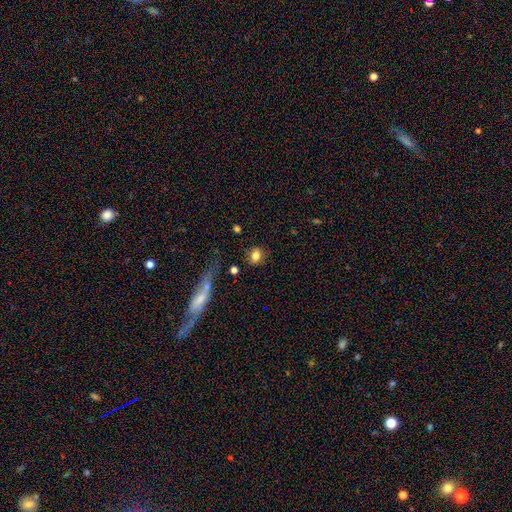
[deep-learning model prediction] A smooth galaxy with no disk features (80%) that is in between round and cigar-shaped (54%). Merging: none (77%).